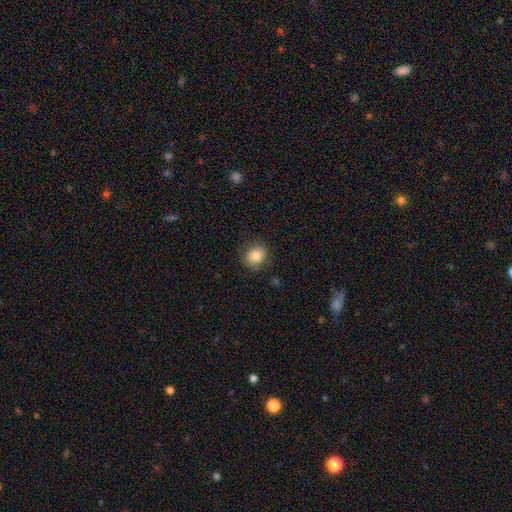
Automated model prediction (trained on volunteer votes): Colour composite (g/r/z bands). It shows a smooth galaxy with no disk features (84%) that is round (68%). Merging: none (78%).